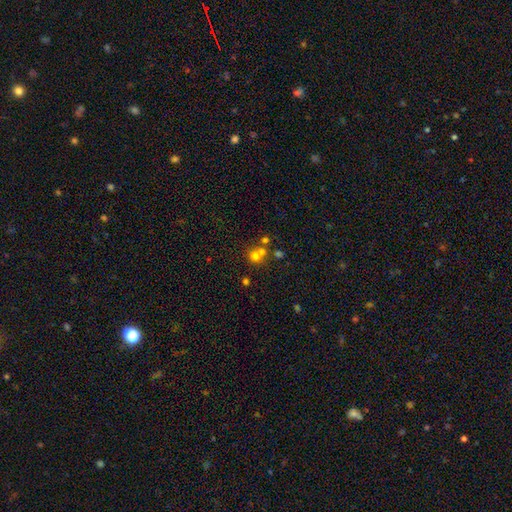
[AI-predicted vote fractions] Morphology: type=smooth (67%); roundness=round (86%); merging=none (48%).